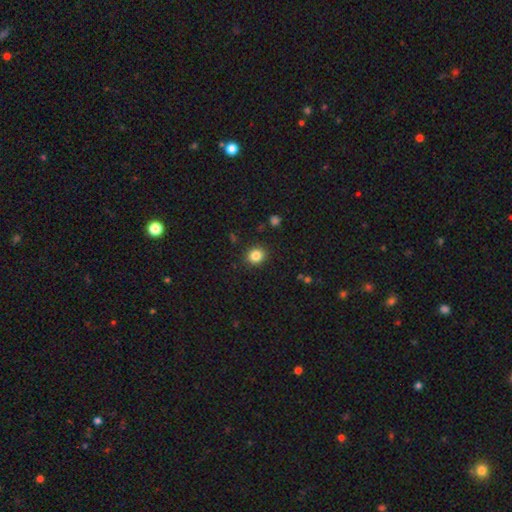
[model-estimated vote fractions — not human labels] The model was most divided on "how rounded": round: 78%, in between: 21%, cigar-shaped: 1%. More confident: merging — none (90%); smooth or featured — smooth (84%).